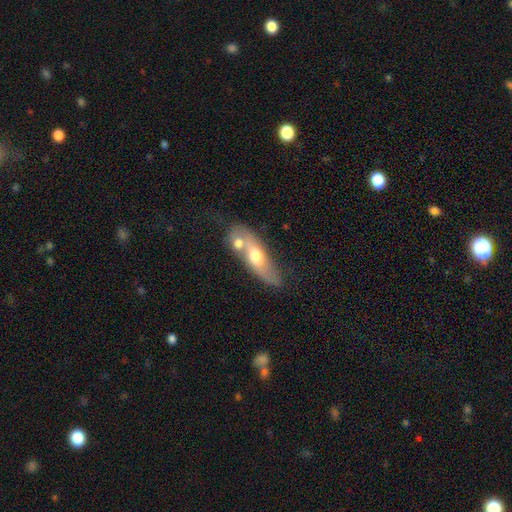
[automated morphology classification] Q: Smooth or featured?
A: smooth (49%); runner-up: featured or disk (45%)
Q: Merging?
A: merger (42%); runner-up: none (38%)